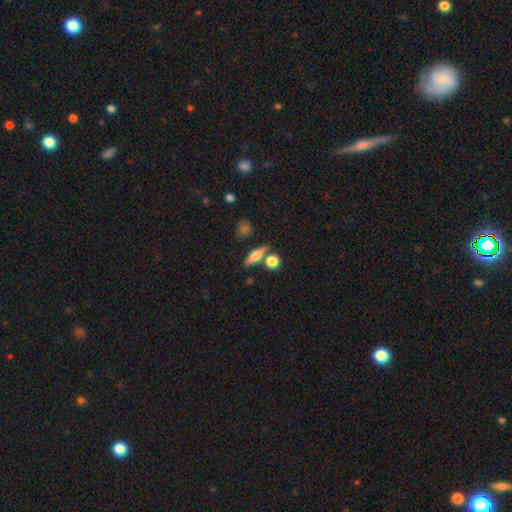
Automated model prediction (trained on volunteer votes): smooth-or-featured: smooth: 57% | featured or disk: 33% | star or artifact: 10%
  how-rounded: cigar-shaped: 41% | in between: 35% | round: 24%
  merging: none: 73% | merger: 13% | minor disturbance: 10% | major disturbance: 4%